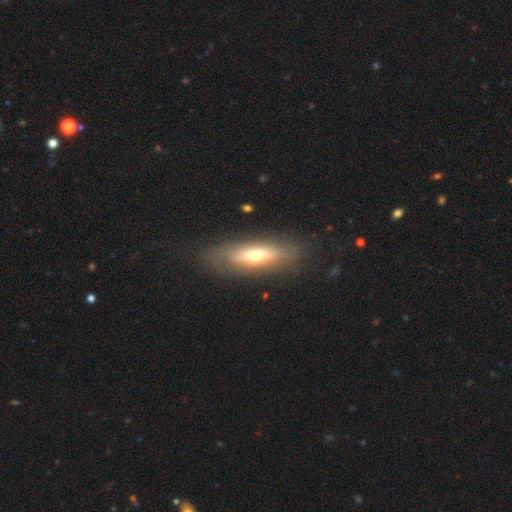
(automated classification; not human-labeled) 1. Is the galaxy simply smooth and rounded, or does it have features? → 49% smooth, 44% featured or disk, 7% star or artifact.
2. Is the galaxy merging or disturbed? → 77% none, 15% minor disturbance, 6% major disturbance, 2% merger.